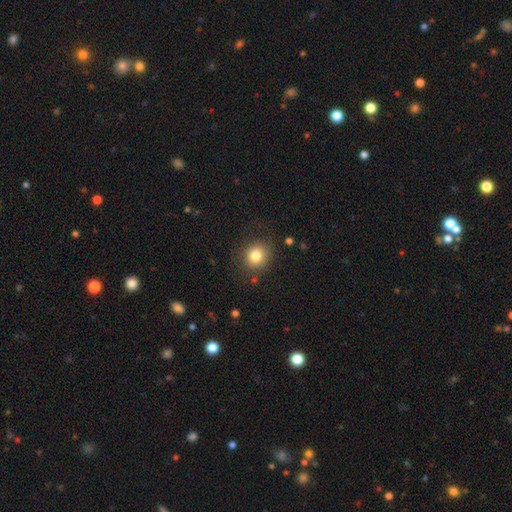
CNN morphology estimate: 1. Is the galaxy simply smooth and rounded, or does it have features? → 81% smooth, 11% star or artifact, 8% featured or disk.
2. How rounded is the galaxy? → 85% round, 14% in between, 1% cigar-shaped.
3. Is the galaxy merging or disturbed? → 83% none, 10% minor disturbance, 4% major disturbance, 2% merger.